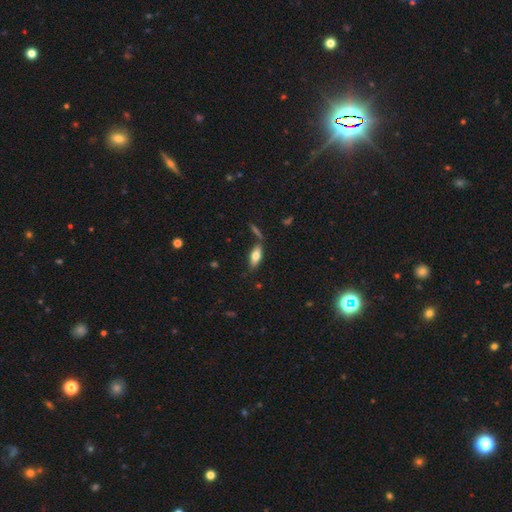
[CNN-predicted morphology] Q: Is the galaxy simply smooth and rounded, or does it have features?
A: smooth — 67%.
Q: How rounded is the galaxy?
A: in between — 71%.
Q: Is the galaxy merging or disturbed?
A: none — 76%.